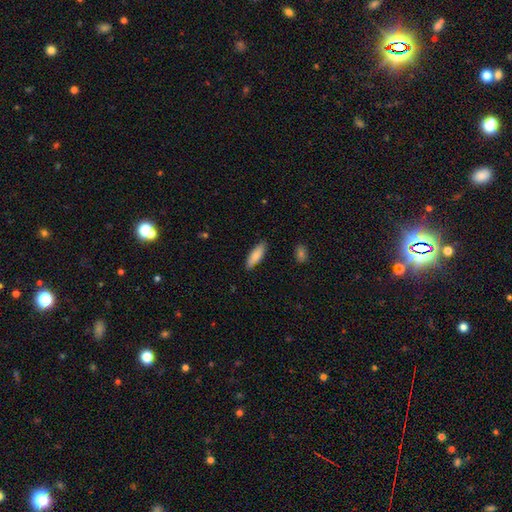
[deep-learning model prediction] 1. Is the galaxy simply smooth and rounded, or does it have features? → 83% smooth, 11% featured or disk, 6% star or artifact.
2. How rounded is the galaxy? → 49% cigar-shaped (tied), 49% in between (tied), 2% round.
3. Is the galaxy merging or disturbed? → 86% none, 11% minor disturbance, 2% major disturbance, 1% merger.